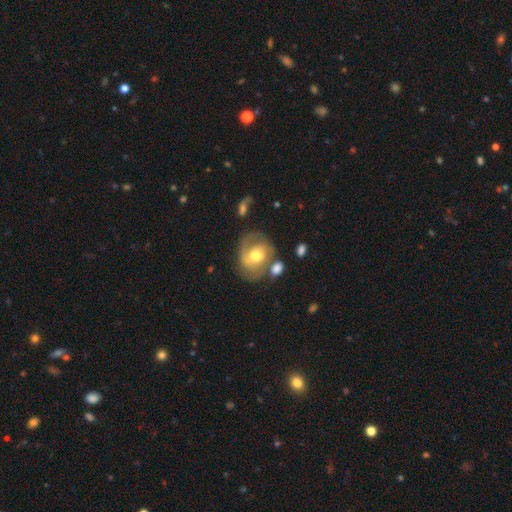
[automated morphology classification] This is likely a featured or disk galaxy (66%). It is clearly not viewed edge-on (97%). Bar: possibly no (58%). Spiral arm pattern: likely yes (80%). Spiral arm count: possibly 2 (57%). Spiral winding: marginally medium (41%). Central bulge: likely moderate (72%). Merging: possibly none (55%).